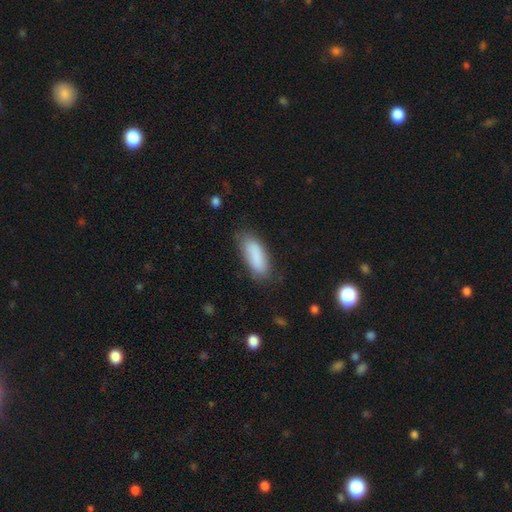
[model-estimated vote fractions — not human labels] A smooth galaxy with no disk features (84%) that is in between round and cigar-shaped (75%).

Vote fractions:
- Smooth or featured? smooth: 84% / featured or disk: 9% / star or artifact: 7%
- How rounded? in between: 75% / cigar-shaped: 23% / round: 2%
- Merging? none: 71% / minor disturbance: 21% / major disturbance: 6% / merger: 2%